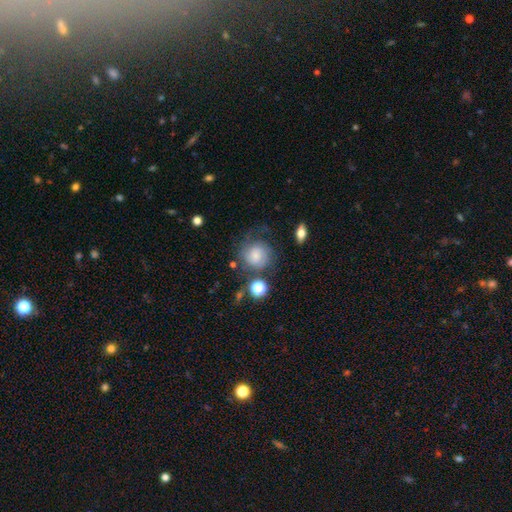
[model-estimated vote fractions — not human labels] Morphology: type=smooth (59%); roundness=round (85%); merging=none (53%).